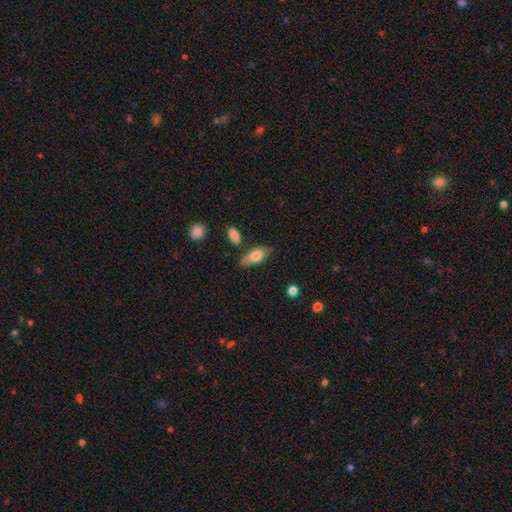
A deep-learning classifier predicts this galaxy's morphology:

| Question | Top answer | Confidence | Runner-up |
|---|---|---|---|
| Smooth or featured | smooth | 75% | featured or disk (19%) |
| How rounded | in between | 81% | cigar-shaped (16%) |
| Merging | none | 75% | minor disturbance (16%) |